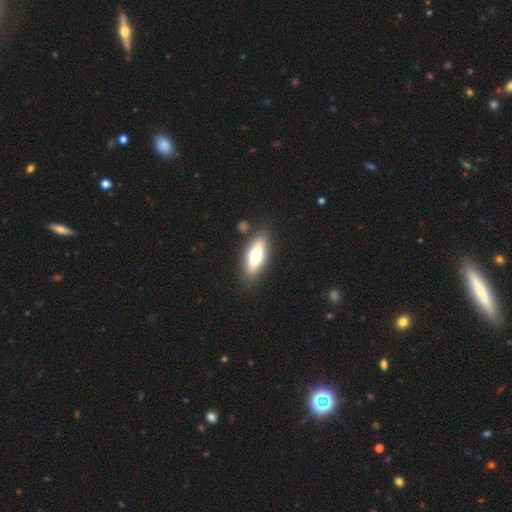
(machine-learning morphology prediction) Overall: smooth (57%; featured or disk 36%). How rounded: in between (63%; cigar-shaped 34%). Merging: none (84%).